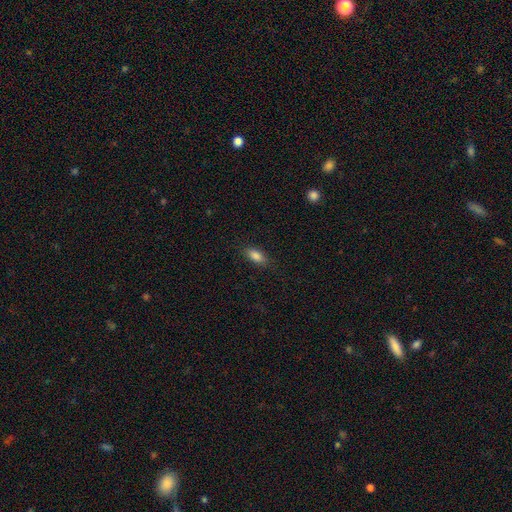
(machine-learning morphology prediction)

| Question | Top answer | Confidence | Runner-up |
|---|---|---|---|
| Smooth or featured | smooth | 85% | star or artifact (8%) |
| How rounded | in between | 86% | cigar-shaped (11%) |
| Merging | none | 84% | minor disturbance (11%) |